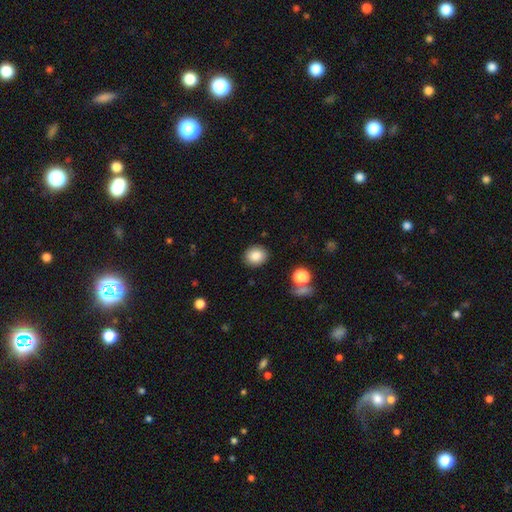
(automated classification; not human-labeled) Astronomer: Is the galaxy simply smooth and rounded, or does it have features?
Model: smooth — 84%.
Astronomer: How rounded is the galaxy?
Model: round — 70%.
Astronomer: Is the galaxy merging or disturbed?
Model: none — 88%.